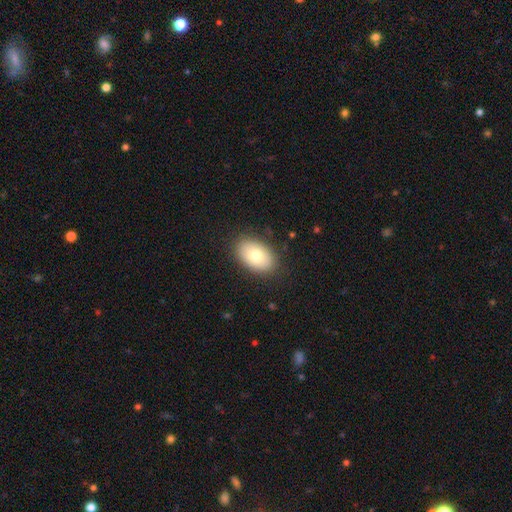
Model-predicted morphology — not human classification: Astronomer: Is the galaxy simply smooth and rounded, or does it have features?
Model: smooth — 78%.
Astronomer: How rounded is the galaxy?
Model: in between — 90%.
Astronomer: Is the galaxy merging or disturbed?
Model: none — 85%.